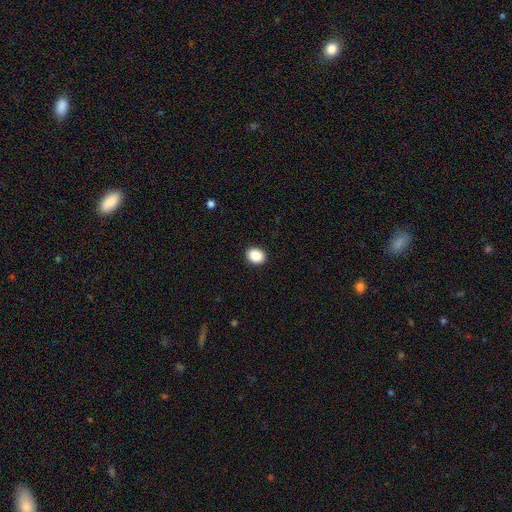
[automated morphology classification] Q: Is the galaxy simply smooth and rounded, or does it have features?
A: smooth — 90%.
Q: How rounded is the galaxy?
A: in between — 55%.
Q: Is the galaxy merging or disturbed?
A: none — 91%.